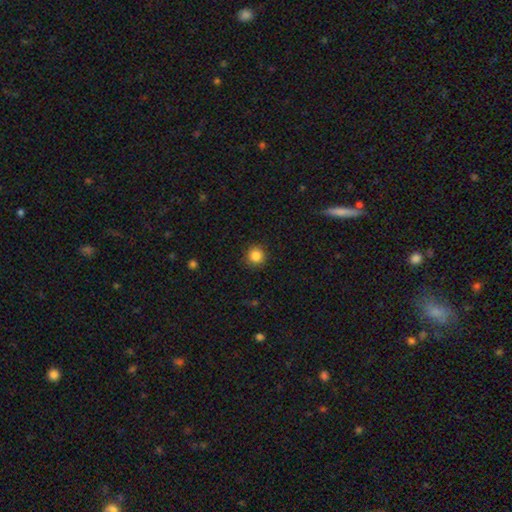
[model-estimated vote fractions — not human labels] Overall: smooth (86%). How rounded: round (94%). Merging: none (90%).